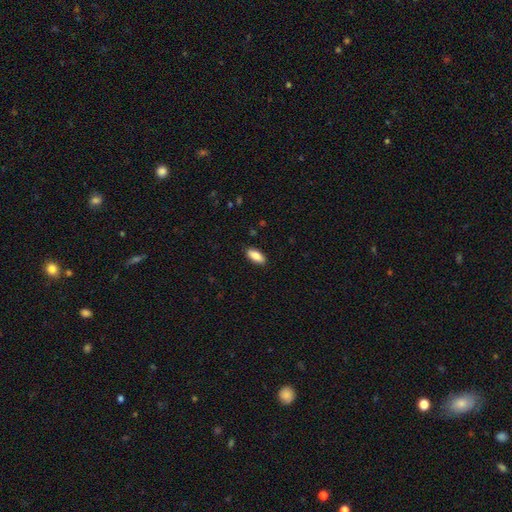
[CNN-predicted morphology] Smooth or featured? Predicted: smooth (p=0.85). How rounded? Predicted: in between (p=0.83). Merging? Predicted: none (p=0.89).